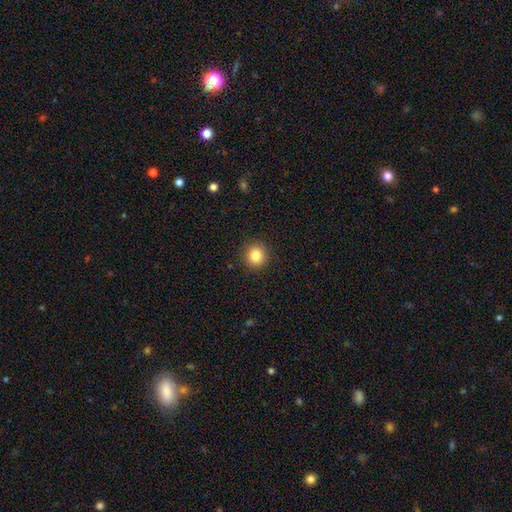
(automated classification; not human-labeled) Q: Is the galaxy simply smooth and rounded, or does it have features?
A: smooth — 84%.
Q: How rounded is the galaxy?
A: round — 92%.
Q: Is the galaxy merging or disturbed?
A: none — 91%.